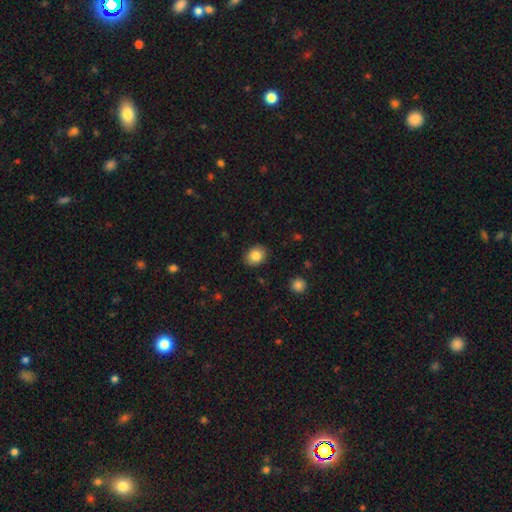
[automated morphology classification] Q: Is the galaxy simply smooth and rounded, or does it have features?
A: smooth — 84%.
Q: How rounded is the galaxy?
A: in between — 51%.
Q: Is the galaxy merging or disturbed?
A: none — 88%.